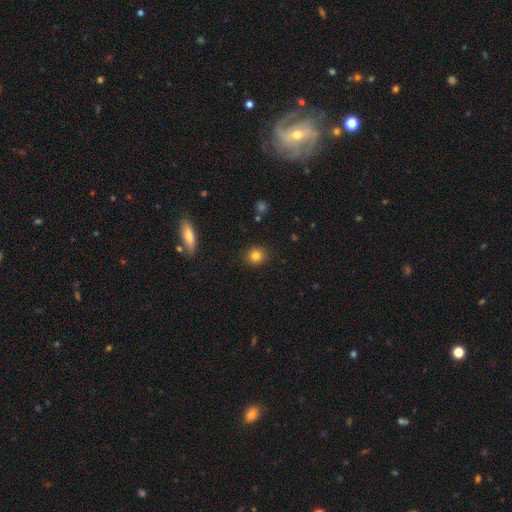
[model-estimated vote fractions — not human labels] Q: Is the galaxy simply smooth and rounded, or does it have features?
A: smooth — 83%.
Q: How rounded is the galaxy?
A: round — 84%.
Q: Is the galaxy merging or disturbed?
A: none — 90%.